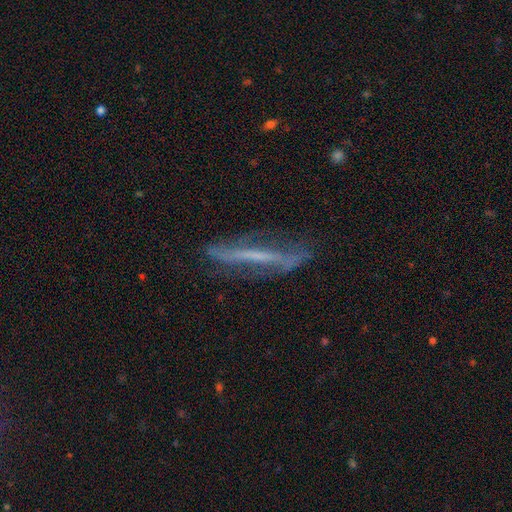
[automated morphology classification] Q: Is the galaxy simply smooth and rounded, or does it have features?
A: featured or disk — 67%.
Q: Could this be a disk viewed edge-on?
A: yes — 67%.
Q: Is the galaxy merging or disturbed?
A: none — 62%.